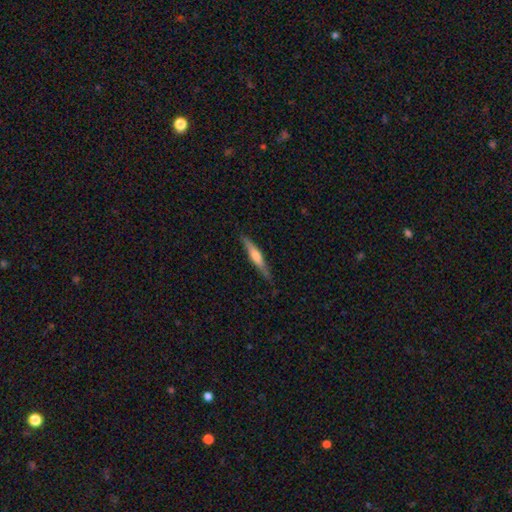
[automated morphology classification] Smooth or featured? Predicted: featured or disk (p=0.54). Edge-on disk? Predicted: yes (p=0.95). Edge-on bulge? Predicted: rounded (p=0.75). Merging? Predicted: none (p=0.83).